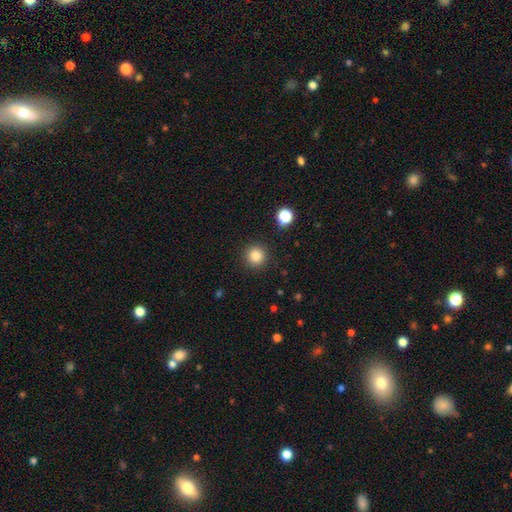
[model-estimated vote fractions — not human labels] Smooth or featured? Predicted: smooth (p=0.84). How rounded? Predicted: round (p=0.95). Merging? Predicted: none (p=0.91).